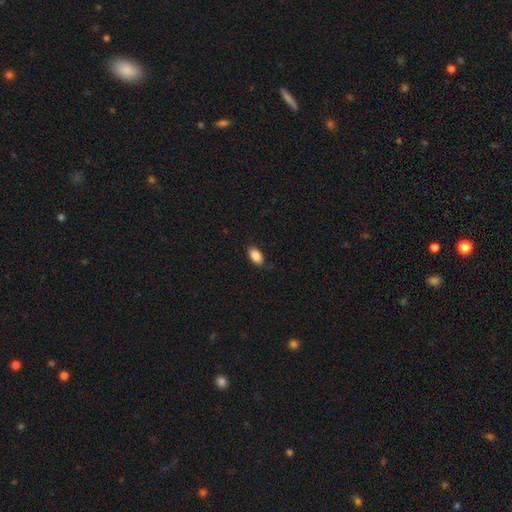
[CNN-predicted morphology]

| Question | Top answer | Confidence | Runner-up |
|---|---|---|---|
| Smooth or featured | smooth | 87% | star or artifact (8%) |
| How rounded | in between | 92% | round (6%) |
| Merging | none | 86% | minor disturbance (11%) |